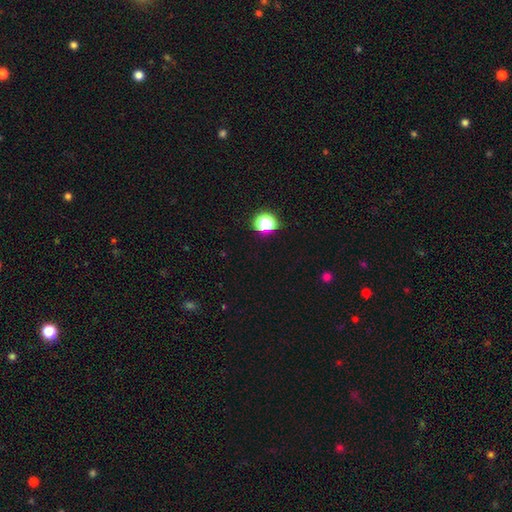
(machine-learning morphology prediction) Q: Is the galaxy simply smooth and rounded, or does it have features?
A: star or artifact — 59%.